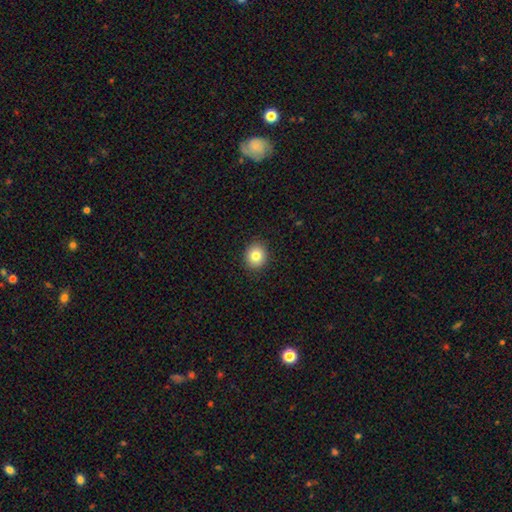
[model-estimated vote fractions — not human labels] A smooth galaxy with no disk features (82%) that is round (79%). Merging: none (91%).